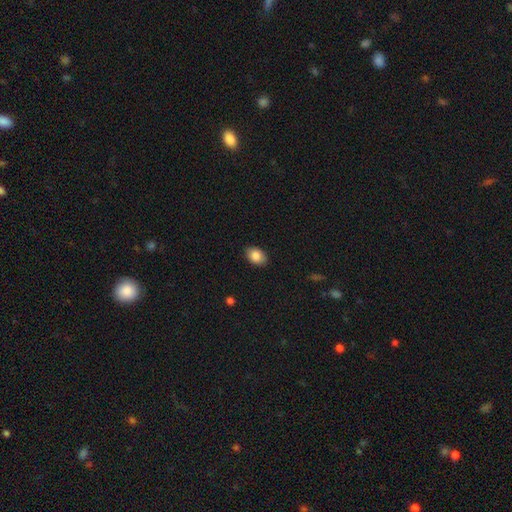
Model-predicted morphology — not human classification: This is clearly a smooth galaxy (86%). How rounded: clearly in between (82%). Merging: clearly none (88%).